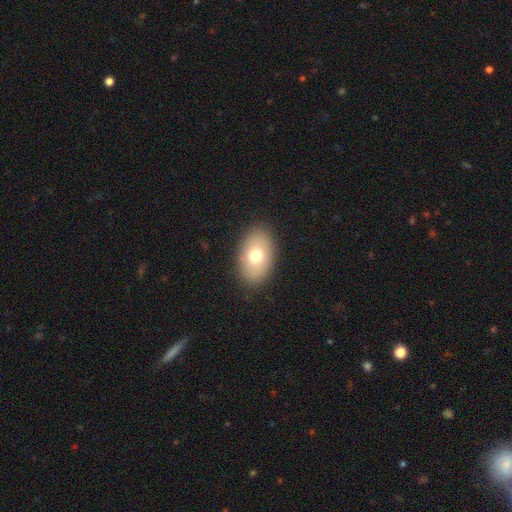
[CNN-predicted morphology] This is likely a smooth galaxy (71%). How rounded: clearly in between (86%). Merging: clearly none (87%).